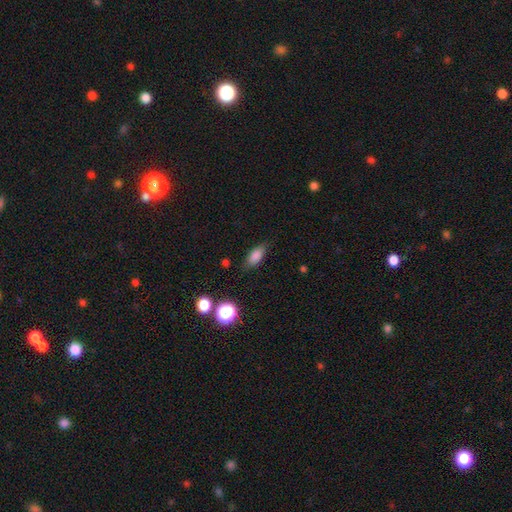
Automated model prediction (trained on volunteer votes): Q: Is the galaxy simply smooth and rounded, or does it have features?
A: smooth — 82%.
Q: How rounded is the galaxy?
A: in between — 81%.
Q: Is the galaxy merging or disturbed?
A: none — 80%.